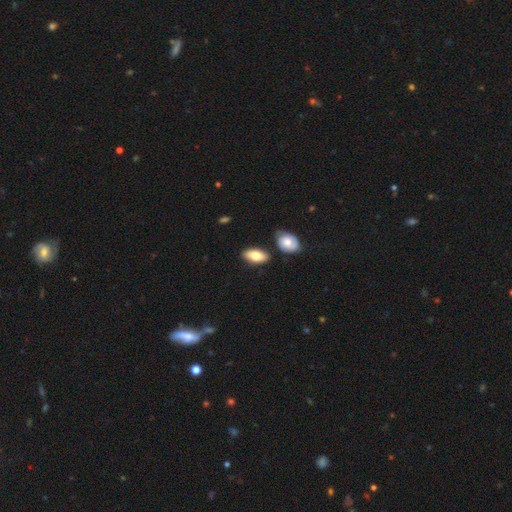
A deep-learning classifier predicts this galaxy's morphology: This is likely a smooth galaxy (75%). How rounded: clearly in between (90%). Merging: likely none (76%).